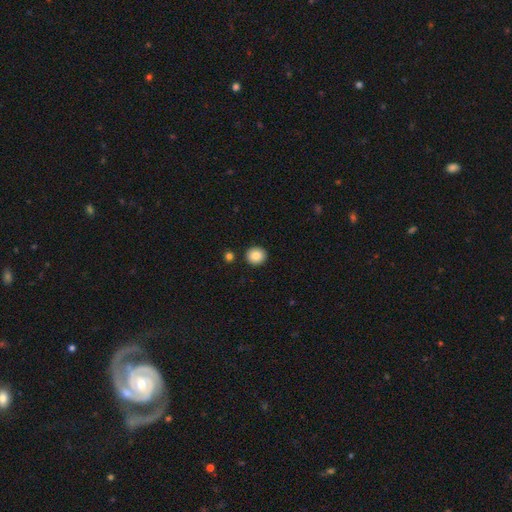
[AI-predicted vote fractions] This is clearly a smooth galaxy (86%). How rounded: clearly round (88%). Merging: clearly none (90%).